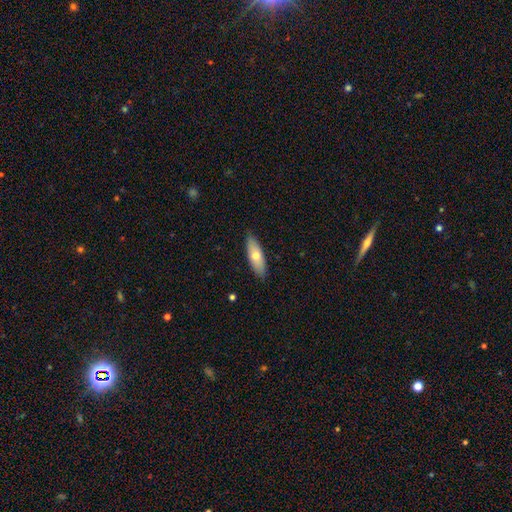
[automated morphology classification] The model was most divided on "how rounded": in between: 64%, cigar-shaped: 33%, round: 3%. More confident: merging — none (87%); smooth or featured — smooth (65%).